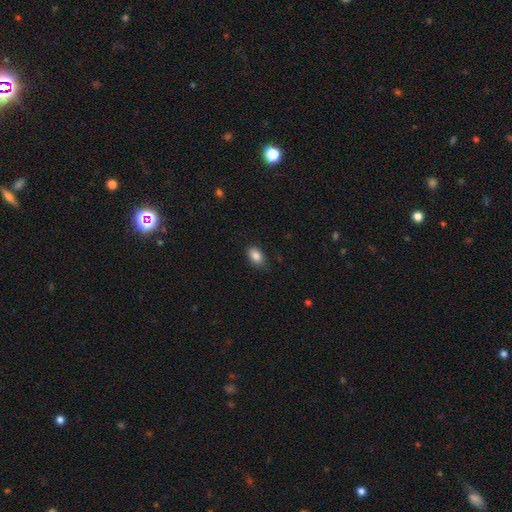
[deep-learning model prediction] A smooth galaxy with no disk features (87%) that is in between round and cigar-shaped (90%).

Vote fractions:
- Smooth or featured? smooth: 87% / star or artifact: 8% / featured or disk: 5%
- How rounded? in between: 90% / round: 8% / cigar-shaped: 2%
- Merging? none: 81% / minor disturbance: 15% / major disturbance: 3% / merger: 1%